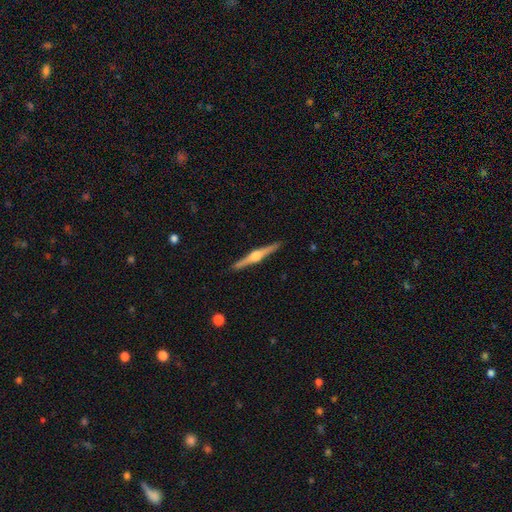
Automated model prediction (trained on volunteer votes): Smooth or featured? Predicted: featured or disk (p=0.84). Edge-on disk? Predicted: yes (p=0.99). Edge-on bulge? Predicted: rounded (p=0.92). Merging? Predicted: none (p=0.92).